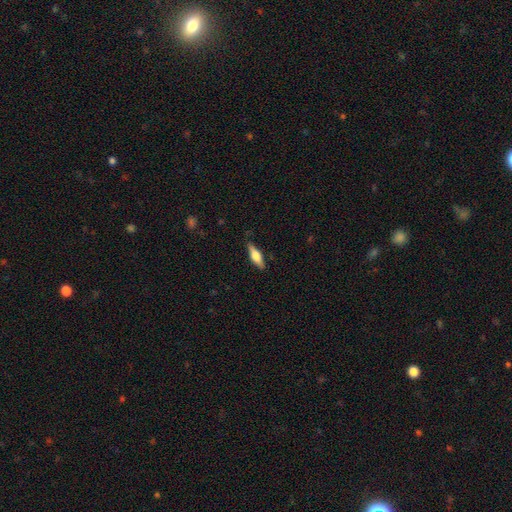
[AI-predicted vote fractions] smooth-or-featured: smooth: 51% | featured or disk: 42% | star or artifact: 6%
  how-rounded: cigar-shaped: 52% | in between: 45% | round: 3%
  merging: none: 85% | minor disturbance: 11% | major disturbance: 2% | merger: 1%